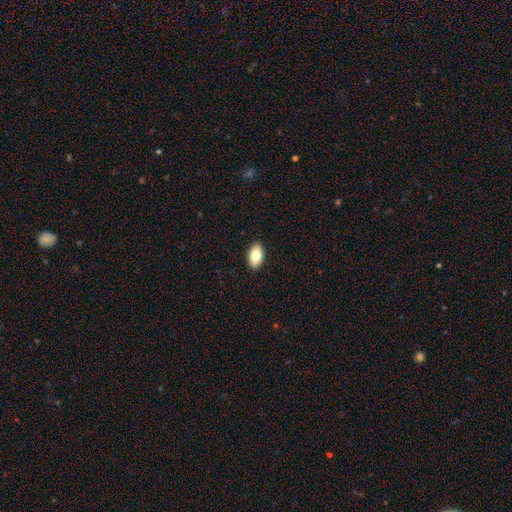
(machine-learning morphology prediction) Smooth or featured? Predicted: smooth (p=0.83). How rounded? Predicted: in between (p=0.94). Merging? Predicted: none (p=0.91).